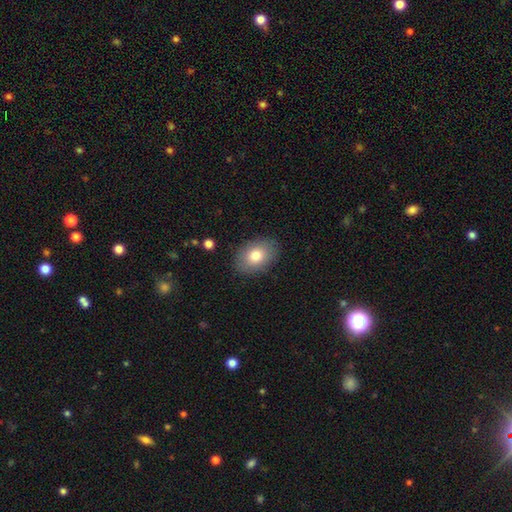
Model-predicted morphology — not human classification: The model was most divided on "how rounded": in between: 81%, round: 18%, cigar-shaped: 1%. More confident: merging — none (86%); smooth or featured — smooth (79%).